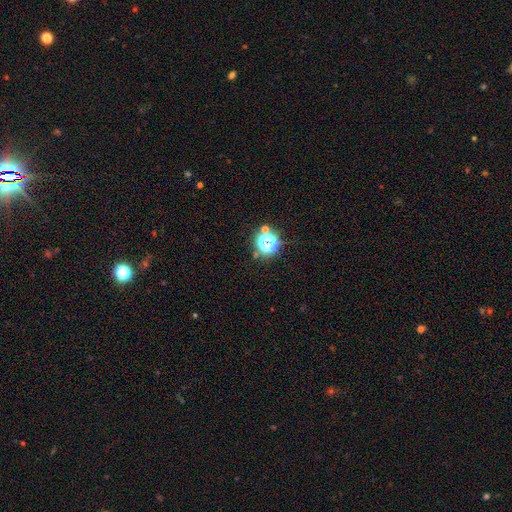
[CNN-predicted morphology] smooth-or-featured: star or artifact: 63% | smooth: 28% | featured or disk: 9%